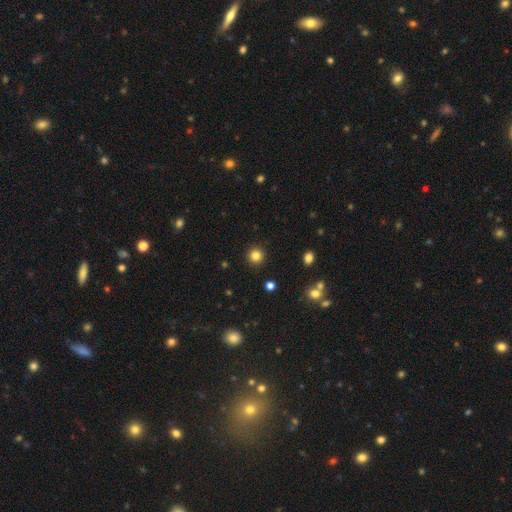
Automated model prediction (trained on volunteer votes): smooth_or_featured: smooth (p=0.83) [alt: star or artifact p=0.12]
how_rounded: round (p=0.95) [alt: in between p=0.04]
merging: none (p=0.92) [alt: minor disturbance p=0.05]